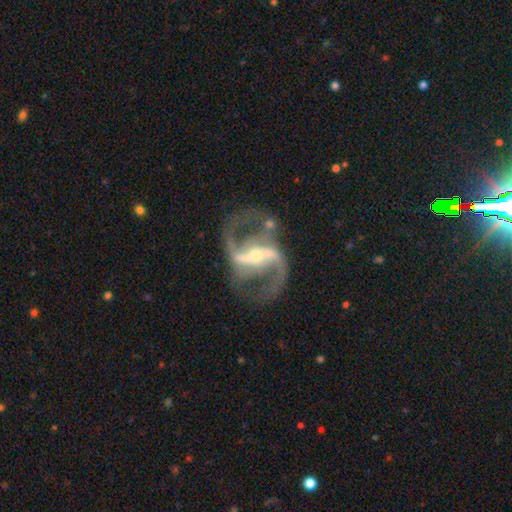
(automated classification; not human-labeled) smooth_or_featured: featured or disk (p=0.93) [alt: star or artifact p=0.05]
disk_edge_on: no (p=0.97) [alt: yes p=0.03]
bar: strong (p=0.67) [alt: weak p=0.24]
has_spiral_arms: yes (p=0.98) [alt: no p=0.02]
spiral_winding: medium (p=0.48) [alt: loose p=0.44]
spiral_arm_count: 2 (p=0.93) [alt: 3 p=0.02]
bulge_size: small (p=0.62) [alt: moderate p=0.32]
merging: none (p=0.74) [alt: minor disturbance p=0.13]